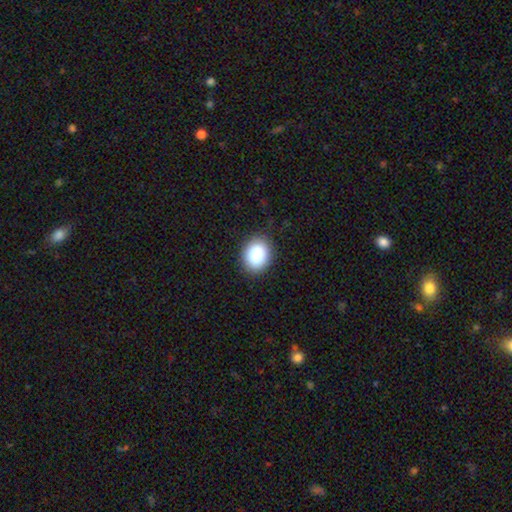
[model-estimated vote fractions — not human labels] smooth 82%, star or artifact 9%, featured or disk 9%. Down the decision tree: how rounded — in between (52%); merging — none (88%).